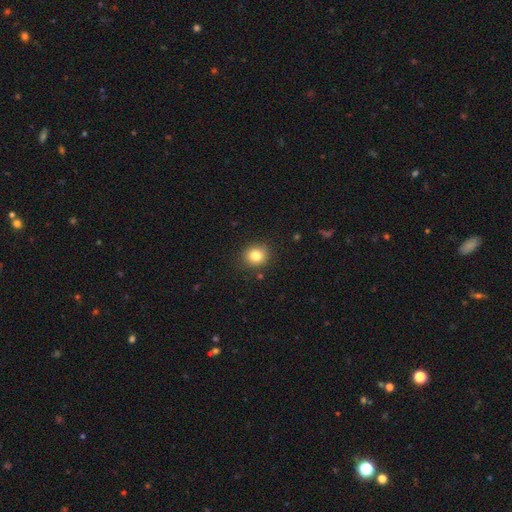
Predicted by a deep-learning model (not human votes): This appears to be a smooth galaxy with no disk features (82%) that is round (82%). Merging: none (87%).